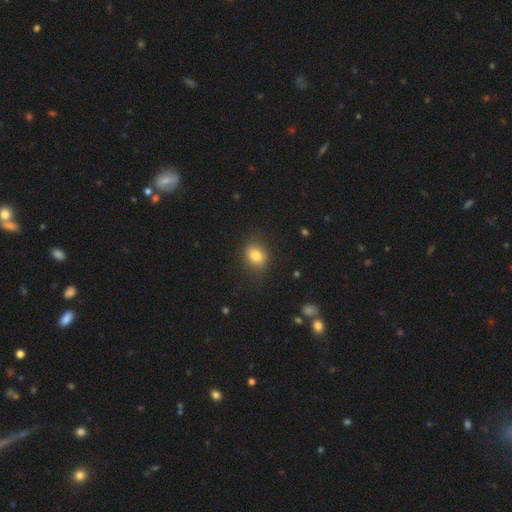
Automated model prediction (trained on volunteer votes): Overall: smooth (80%). How rounded: in between (54%; round 45%). Merging: none (82%).